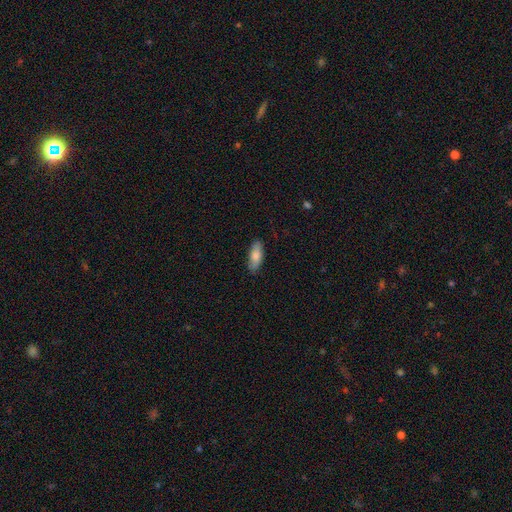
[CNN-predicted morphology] Q: Smooth or featured?
A: smooth (79%); runner-up: featured or disk (15%)
Q: How rounded?
A: in between (75%); runner-up: cigar-shaped (22%)
Q: Merging?
A: none (85%); runner-up: minor disturbance (12%)